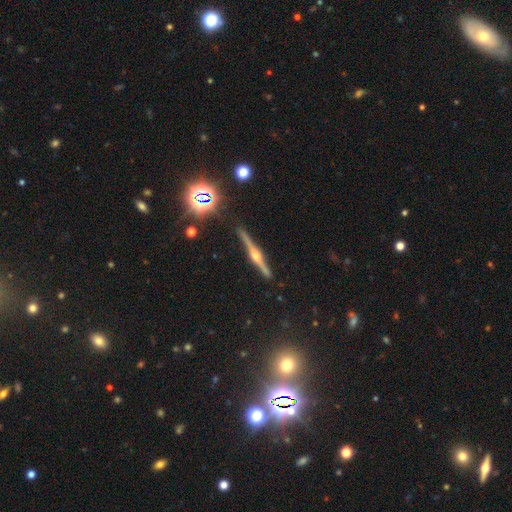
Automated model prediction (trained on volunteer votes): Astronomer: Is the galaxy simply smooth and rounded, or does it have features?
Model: featured or disk — 82%.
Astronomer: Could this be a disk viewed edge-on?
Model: yes — 98%.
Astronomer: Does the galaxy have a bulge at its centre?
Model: rounded — 93%.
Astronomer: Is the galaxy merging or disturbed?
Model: none — 89%.